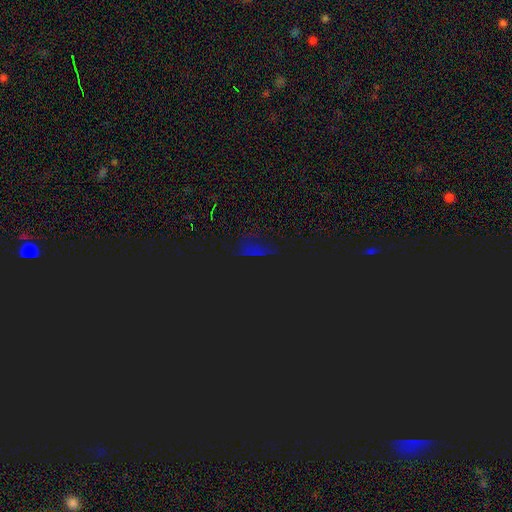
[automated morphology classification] type=star or artifact (79%).